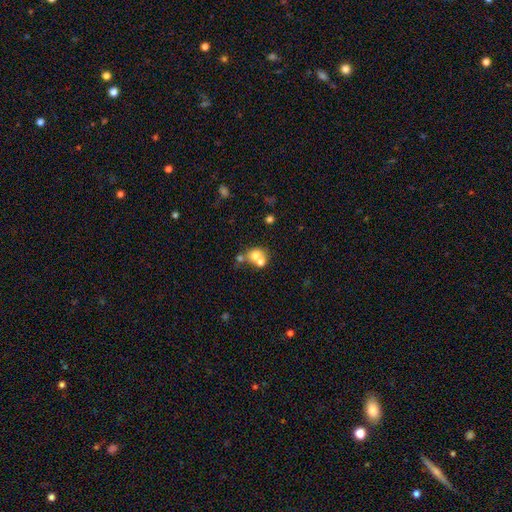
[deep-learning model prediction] smooth_or_featured: smooth (p=0.66) [alt: featured or disk p=0.21]
how_rounded: round (p=0.72) [alt: in between p=0.27]
merging: merger (p=0.54) [alt: none p=0.33]